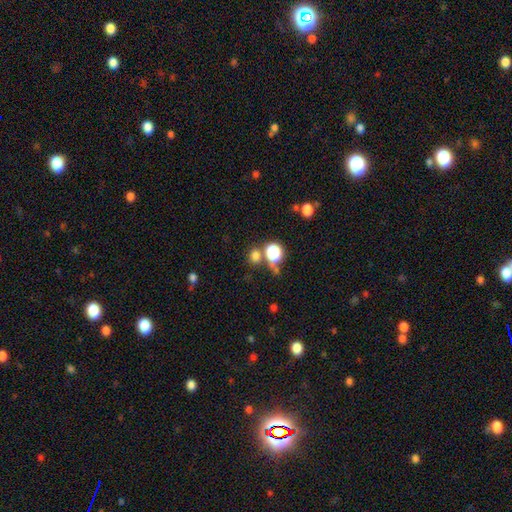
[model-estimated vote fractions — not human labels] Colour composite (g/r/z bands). It shows a smooth galaxy with no disk features (73%) that is round (76%). Merging: none (66%).